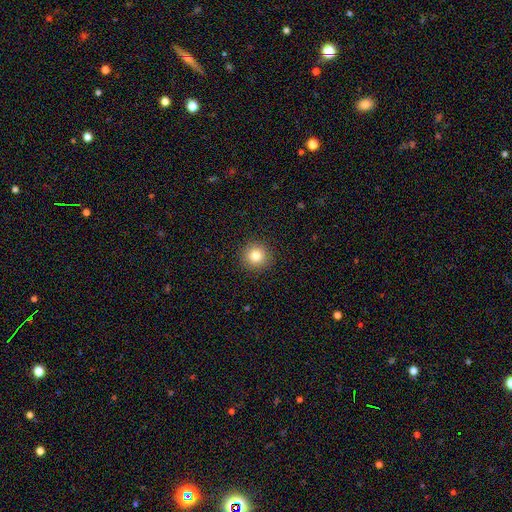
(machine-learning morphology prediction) Smooth or featured: smooth — 82% (star or artifact — 11%)
How rounded: round — 94% (in between — 5%)
Merging: none — 91% (minor disturbance — 6%)